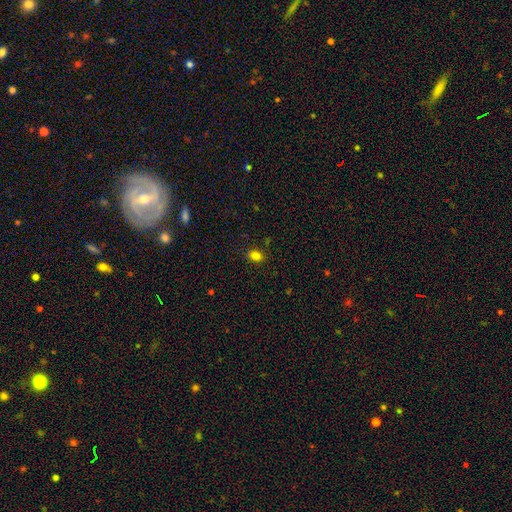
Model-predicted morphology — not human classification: Smooth or featured? Predicted: smooth (p=0.82). How rounded? Predicted: in between (p=0.69). Merging? Predicted: none (p=0.86).